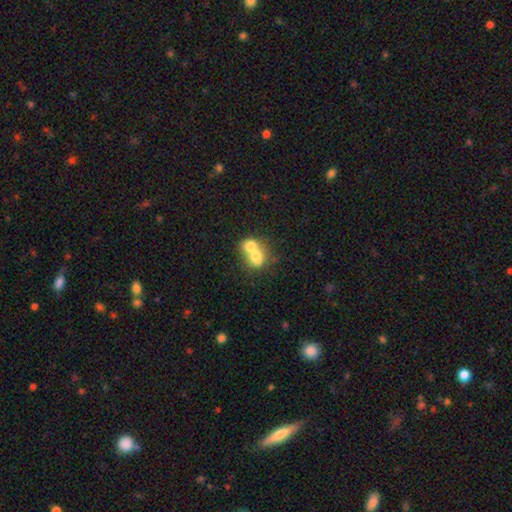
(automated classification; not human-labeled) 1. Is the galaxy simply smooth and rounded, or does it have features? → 66% smooth, 25% featured or disk, 9% star or artifact.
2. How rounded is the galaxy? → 59% round, 40% in between, 1% cigar-shaped.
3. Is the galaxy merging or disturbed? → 73% merger, 19% none, 5% minor disturbance, 3% major disturbance.